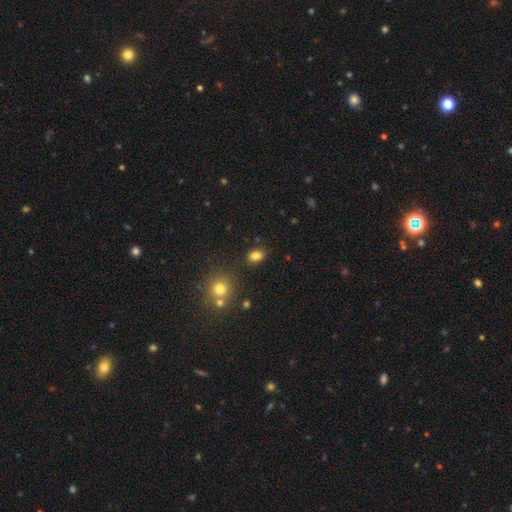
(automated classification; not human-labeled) Overall: smooth (83%). How rounded: in between (78%). Merging: none (84%).